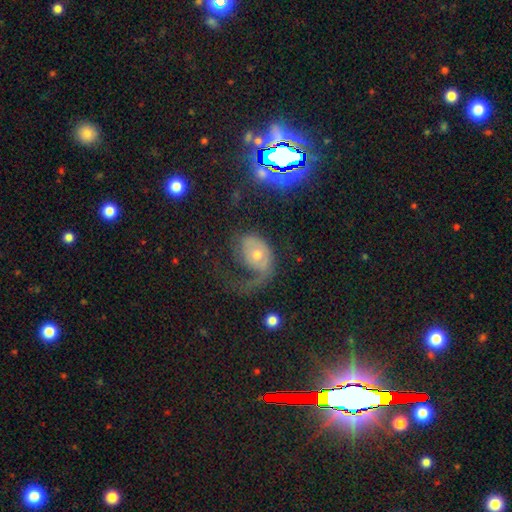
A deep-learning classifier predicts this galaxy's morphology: smooth_or_featured: featured or disk (p=0.60) [alt: smooth p=0.28]
disk_edge_on: no (p=0.95) [alt: yes p=0.05]
bar: no (p=0.77) [alt: weak p=0.18]
has_spiral_arms: yes (p=0.74) [alt: no p=0.26]
bulge_size: moderate (p=0.50) [alt: small p=0.42]
merging: major disturbance (p=0.53) [alt: none p=0.26]